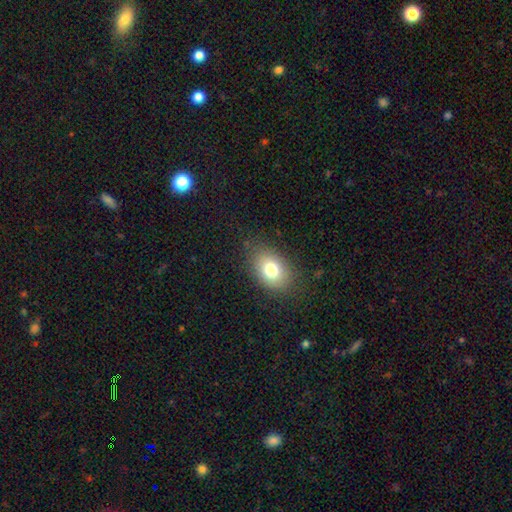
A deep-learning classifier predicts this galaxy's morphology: The model was most divided on "how rounded": in between: 71%, round: 27%, cigar-shaped: 2%. More confident: merging — none (84%); smooth or featured — smooth (75%).